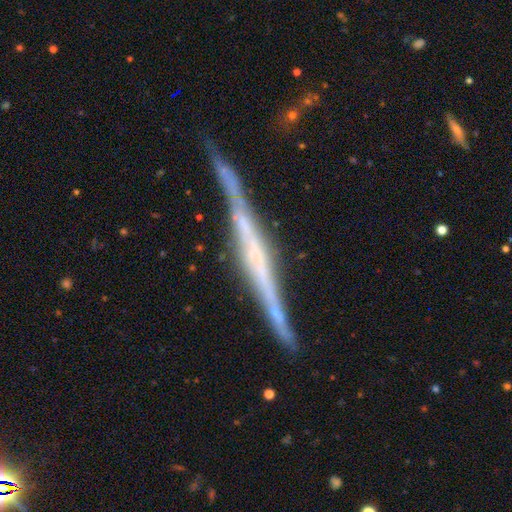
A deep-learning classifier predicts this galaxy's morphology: A featured or disk galaxy (82%) viewed edge-on (98%) with no central bulge (48%). Merging: none (82%).